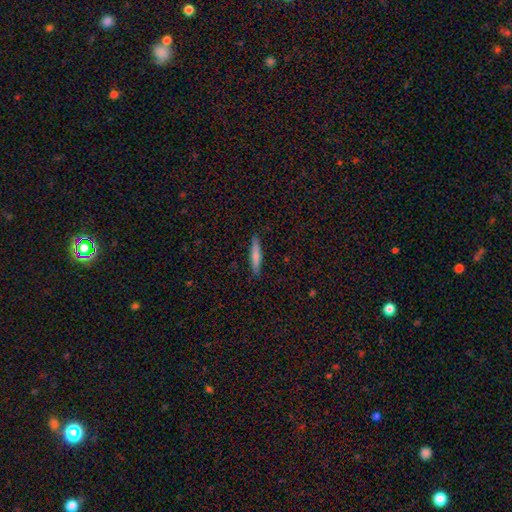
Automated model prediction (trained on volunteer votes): smooth_or_featured: smooth (p=0.72) [alt: featured or disk p=0.22]
how_rounded: cigar-shaped (p=0.91) [alt: in between p=0.08]
merging: none (p=0.89) [alt: minor disturbance p=0.08]